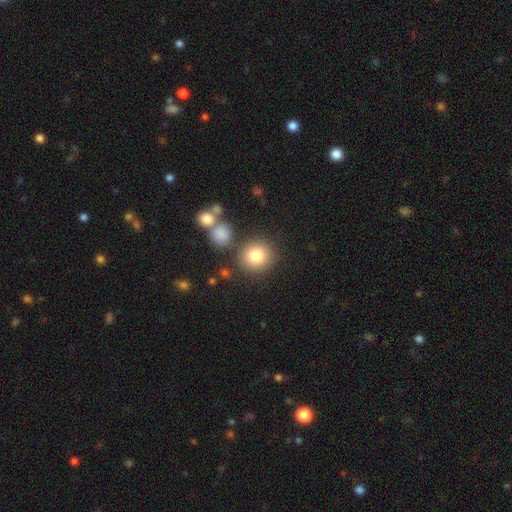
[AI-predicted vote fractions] smooth-or-featured: smooth: 82% | star or artifact: 10% | featured or disk: 8%
  how-rounded: round: 88% | in between: 11% | cigar-shaped: 1%
  merging: none: 78% | merger: 9% | minor disturbance: 9% | major disturbance: 4%